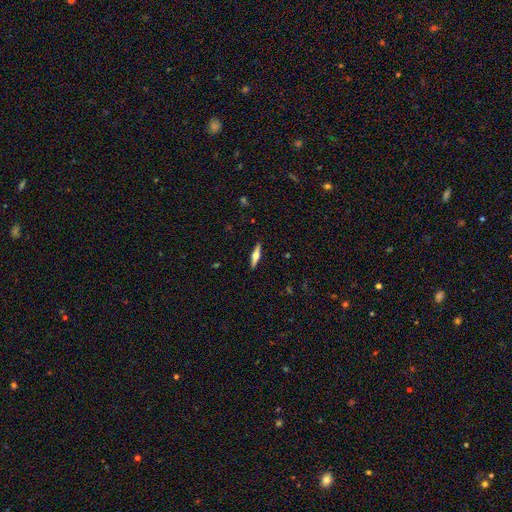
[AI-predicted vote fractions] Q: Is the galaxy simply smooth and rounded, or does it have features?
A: featured or disk — 59%.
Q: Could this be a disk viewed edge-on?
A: yes — 96%.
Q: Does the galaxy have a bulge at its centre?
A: rounded — 94%.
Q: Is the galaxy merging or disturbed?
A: none — 90%.